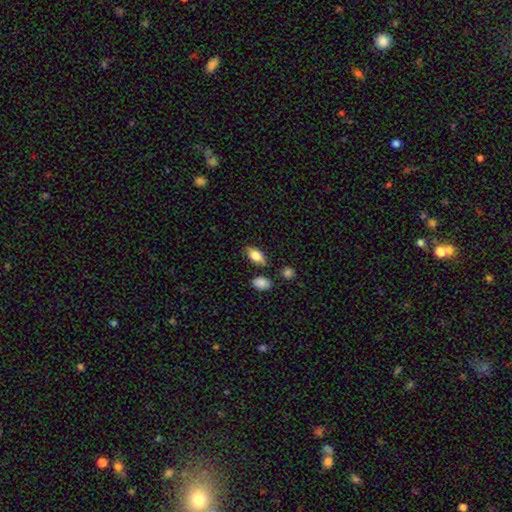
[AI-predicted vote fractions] Smooth or featured: smooth — 80% (featured or disk — 13%)
How rounded: in between — 89% (cigar-shaped — 7%)
Merging: none — 81% (minor disturbance — 12%)